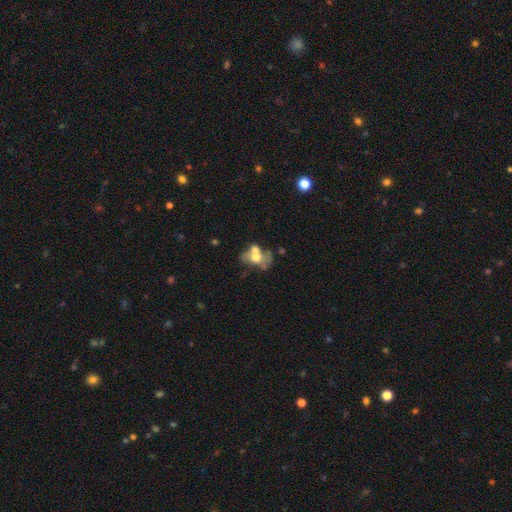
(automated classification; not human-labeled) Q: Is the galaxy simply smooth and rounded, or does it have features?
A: smooth — 45%.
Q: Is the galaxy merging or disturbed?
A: merger — 51%.